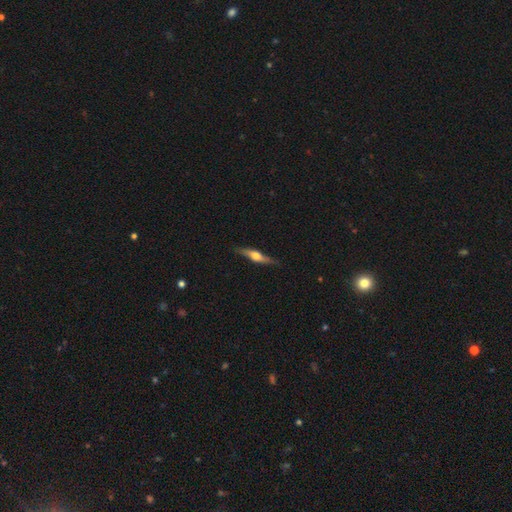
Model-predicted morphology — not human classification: A featured or disk galaxy (62%) viewed edge-on (94%) with a rounded central bulge (91%).

Vote fractions:
- Smooth or featured? featured or disk: 62% / smooth: 33% / star or artifact: 5%
- Edge-on disk? yes: 94% / no: 6%
- Edge-on bulge? rounded: 91% / boxy: 5% / none: 3%
- Merging? none: 82% / minor disturbance: 15% / major disturbance: 3% / merger: 1%